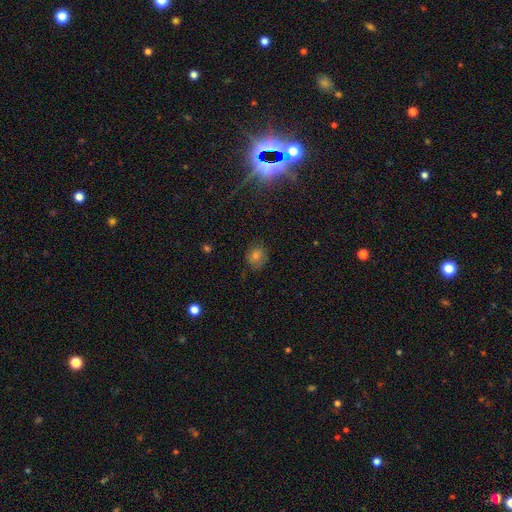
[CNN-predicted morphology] Q: Smooth or featured?
A: smooth (54%); runner-up: star or artifact (33%)
Q: How rounded?
A: round (80%); runner-up: in between (19%)
Q: Merging?
A: none (81%); runner-up: minor disturbance (13%)